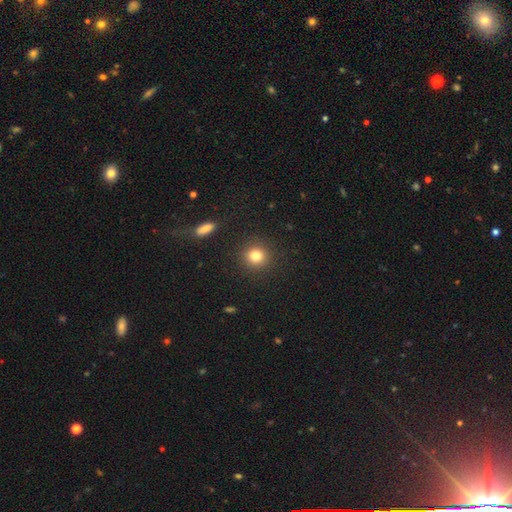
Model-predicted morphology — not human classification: smooth 80%, star or artifact 13%, featured or disk 7%. Down the decision tree: how rounded — round (91%); merging — none (90%).